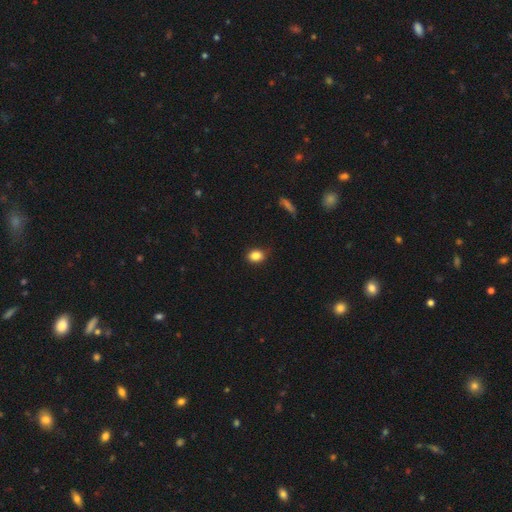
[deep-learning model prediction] Overall: smooth (85%). How rounded: in between (51%; round 48%). Merging: none (82%).